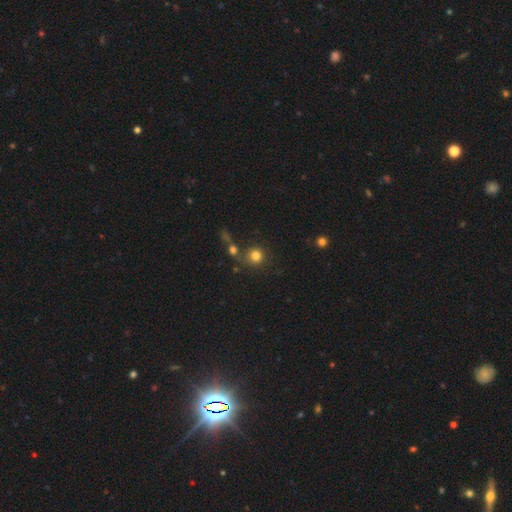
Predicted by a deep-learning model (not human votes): Smooth or featured?
  - smooth: 80% *
  - star or artifact: 13%
  - featured or disk: 7%
How rounded?
  - round: 91% *
  - in between: 8%
  - cigar-shaped: 1%
Merging?
  - none: 68% *
  - merger: 17%
  - minor disturbance: 10%
  - major disturbance: 6%